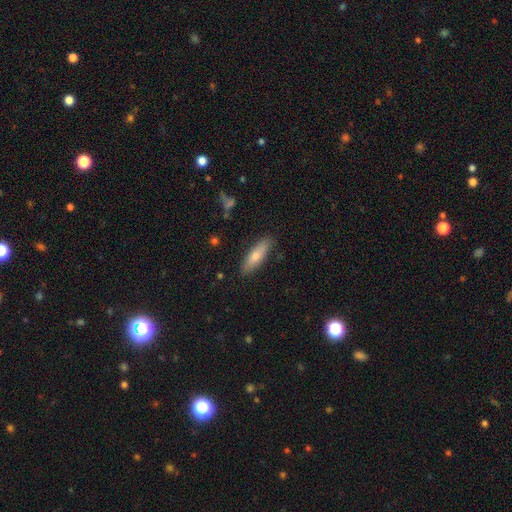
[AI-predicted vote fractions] smooth 72%, featured or disk 22%, star or artifact 6%. Down the decision tree: how rounded — cigar-shaped (52%); merging — none (85%).